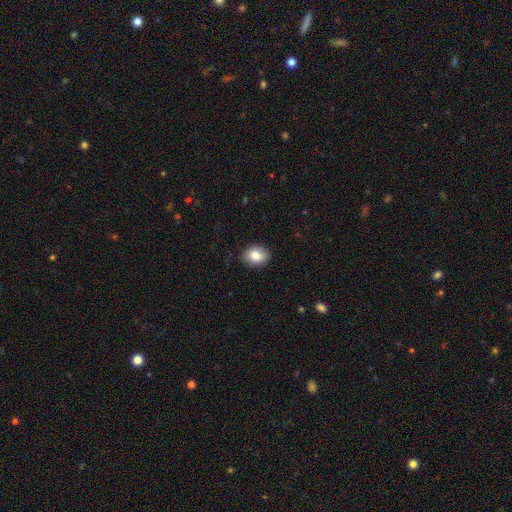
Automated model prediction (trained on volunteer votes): Q: Smooth or featured?
A: smooth (84%); runner-up: featured or disk (8%)
Q: How rounded?
A: in between (64%); runner-up: round (35%)
Q: Merging?
A: none (87%); runner-up: minor disturbance (10%)